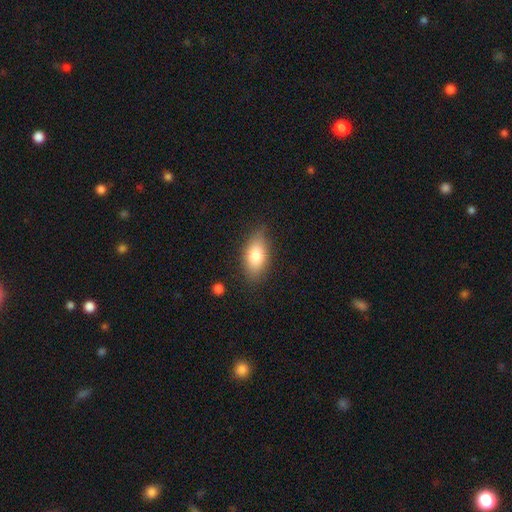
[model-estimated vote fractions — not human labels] This appears to be a smooth galaxy with no disk features (78%) that is in between round and cigar-shaped (88%). Merging: none (77%).